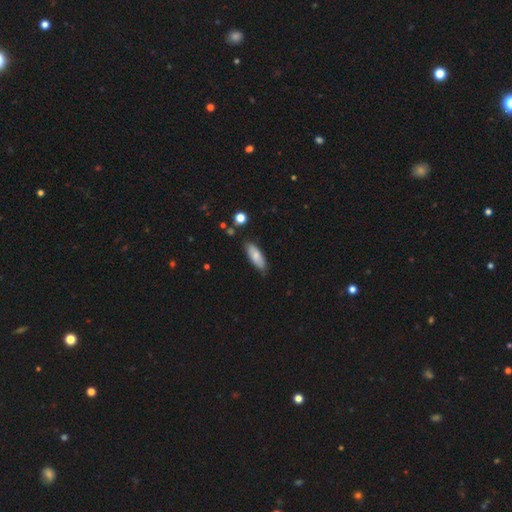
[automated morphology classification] Smooth or featured? smooth (78%)
How rounded? in between (64%)
Merging? none (81%)